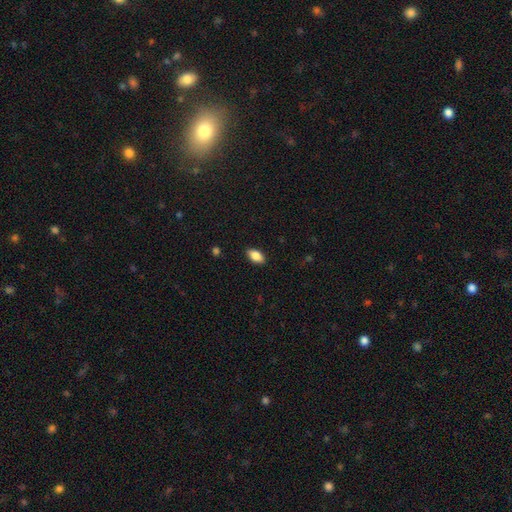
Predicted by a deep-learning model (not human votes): A smooth galaxy with no disk features (85%) that is in between round and cigar-shaped (92%).

Vote fractions:
- Smooth or featured? smooth: 85% / featured or disk: 8% / star or artifact: 7%
- How rounded? in between: 92% / round: 4% / cigar-shaped: 4%
- Merging? none: 88% / minor disturbance: 9% / major disturbance: 2% / merger: 1%